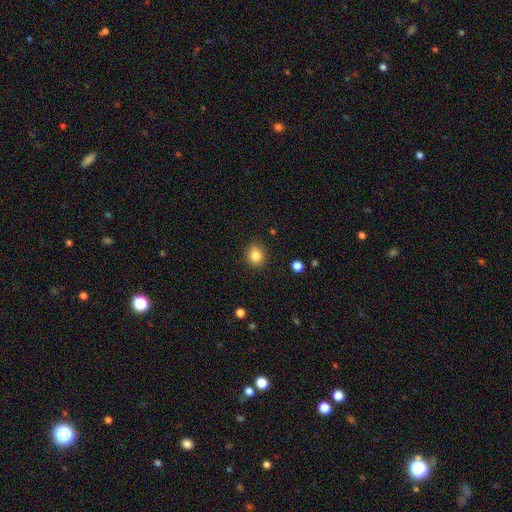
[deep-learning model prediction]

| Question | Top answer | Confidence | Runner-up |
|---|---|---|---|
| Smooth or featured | smooth | 84% | star or artifact (11%) |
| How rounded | round | 78% | in between (21%) |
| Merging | none | 89% | minor disturbance (8%) |